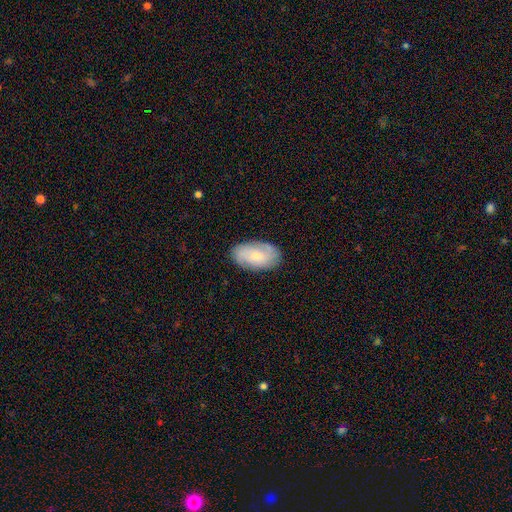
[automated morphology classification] type=smooth (54%); roundness=in between (93%); merging=none (83%).